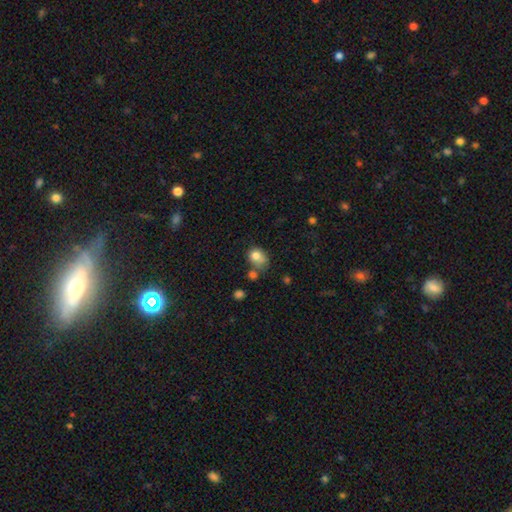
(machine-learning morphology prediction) Smooth or featured: smooth — 79% (featured or disk — 11%)
How rounded: in between — 51% (round — 48%)
Merging: none — 43% (minor disturbance — 26%)